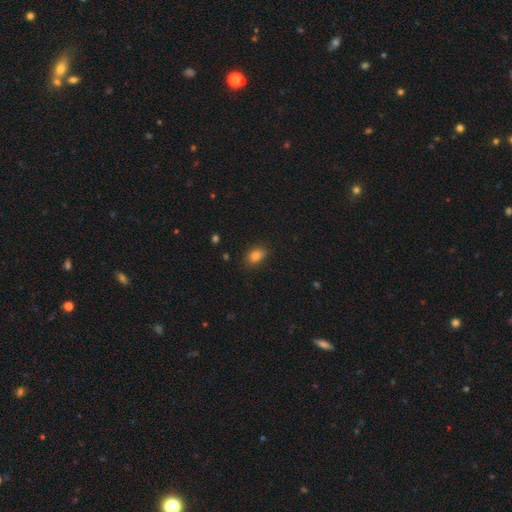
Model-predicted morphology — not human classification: smooth 83%, star or artifact 10%, featured or disk 7%. Down the decision tree: how rounded — in between (78%); merging — none (80%).